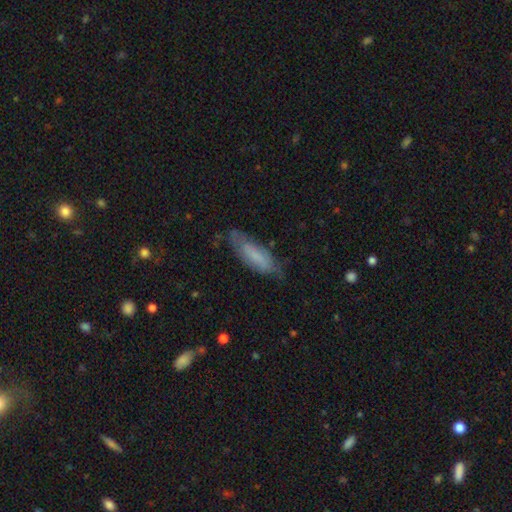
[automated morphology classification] This is likely a smooth galaxy (64%). How rounded: possibly in between (54%). Merging: likely none (64%).